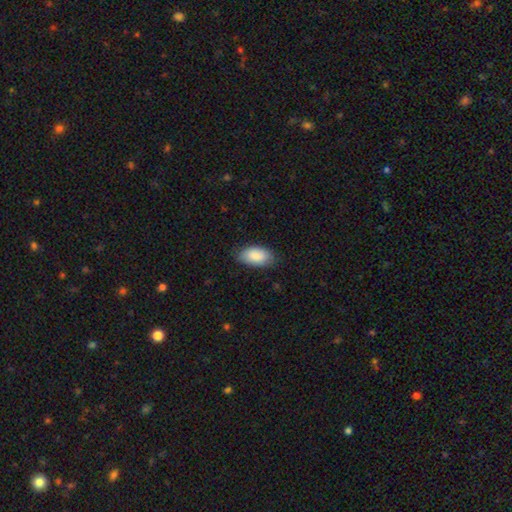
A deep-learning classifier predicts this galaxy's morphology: Overall: smooth (89%). How rounded: in between (95%). Merging: none (79%).